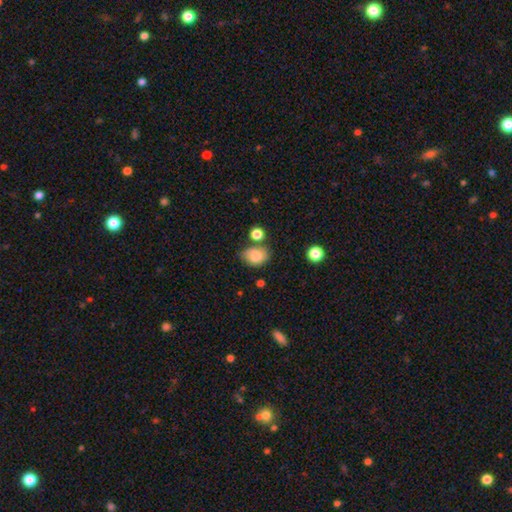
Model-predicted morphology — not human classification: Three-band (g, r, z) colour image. It shows a smooth galaxy with no disk features (81%) that is in between round and cigar-shaped (67%). Merging: none (59%).